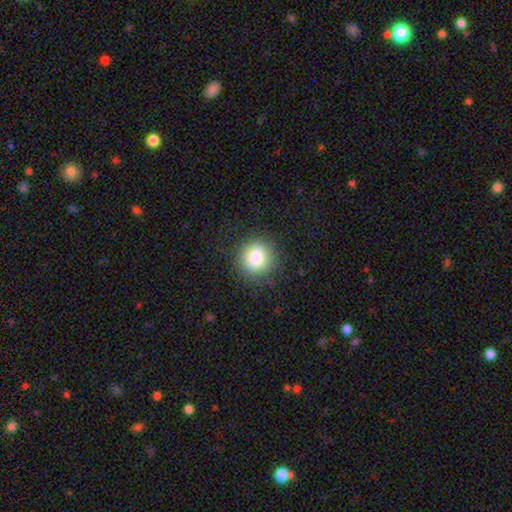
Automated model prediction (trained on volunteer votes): Smooth or featured?
  - smooth: 82% *
  - star or artifact: 10%
  - featured or disk: 7%
How rounded?
  - round: 89% *
  - in between: 10%
  - cigar-shaped: 1%
Merging?
  - none: 87% *
  - minor disturbance: 9%
  - major disturbance: 3%
  - merger: 1%